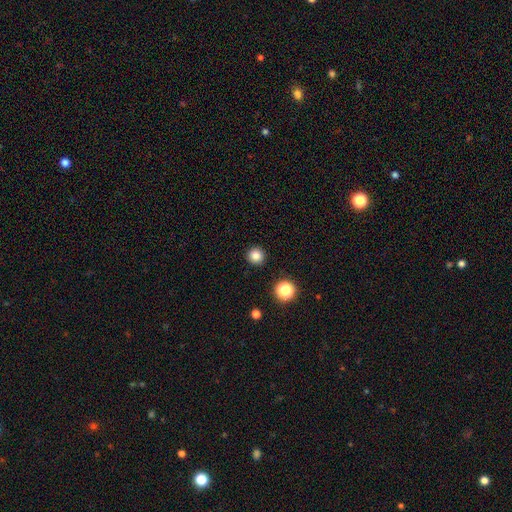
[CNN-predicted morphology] Overall: smooth (83%). How rounded: round (96%). Merging: none (93%).